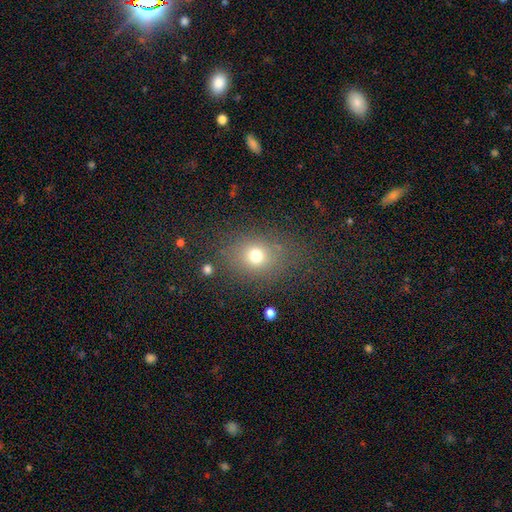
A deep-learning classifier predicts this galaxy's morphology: Q: Smooth or featured?
A: smooth (71%); runner-up: star or artifact (17%)
Q: How rounded?
A: round (59%); runner-up: in between (40%)
Q: Merging?
A: none (76%); runner-up: minor disturbance (13%)